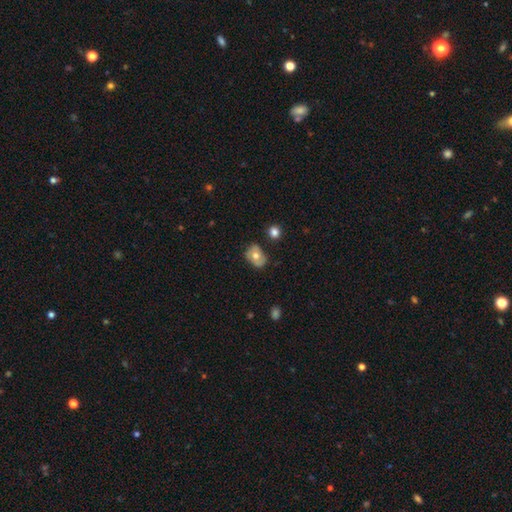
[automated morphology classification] smooth_or_featured: smooth (p=0.58) [alt: featured or disk p=0.34]
how_rounded: in between (p=0.61) [alt: round p=0.38]
merging: none (p=0.65) [alt: minor disturbance p=0.25]